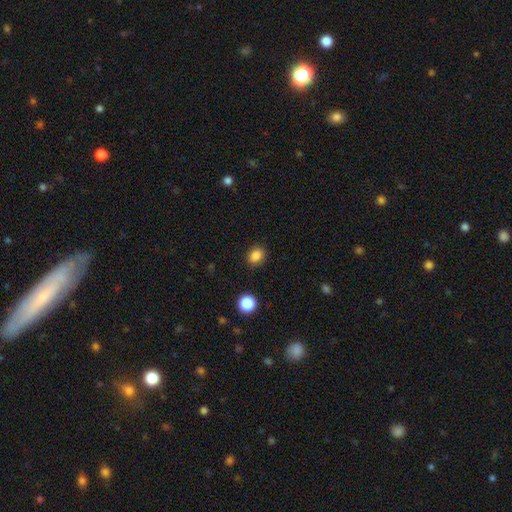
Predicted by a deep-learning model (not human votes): Smooth or featured?
  - smooth: 85% *
  - star or artifact: 11%
  - featured or disk: 4%
How rounded?
  - in between: 55% *
  - round: 44%
  - cigar-shaped: 1%
Merging?
  - none: 85% *
  - minor disturbance: 10%
  - major disturbance: 3%
  - merger: 2%